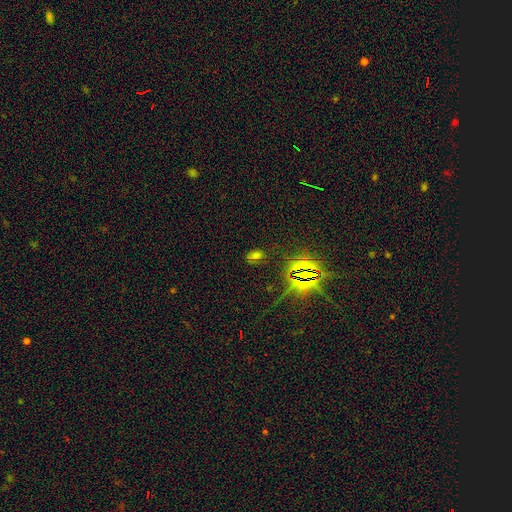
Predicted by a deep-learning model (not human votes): Smooth or featured? Predicted: star or artifact (p=0.54).